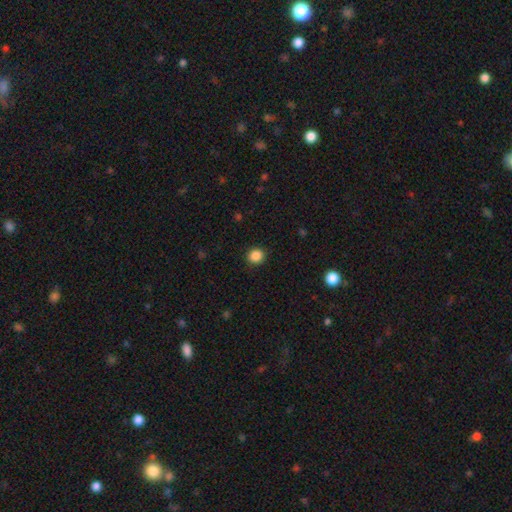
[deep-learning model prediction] Smooth or featured?
  - smooth: 87% *
  - star or artifact: 10%
  - featured or disk: 3%
How rounded?
  - round: 89% *
  - in between: 10%
  - cigar-shaped: 1%
Merging?
  - none: 91% *
  - minor disturbance: 6%
  - major disturbance: 2%
  - merger: 1%